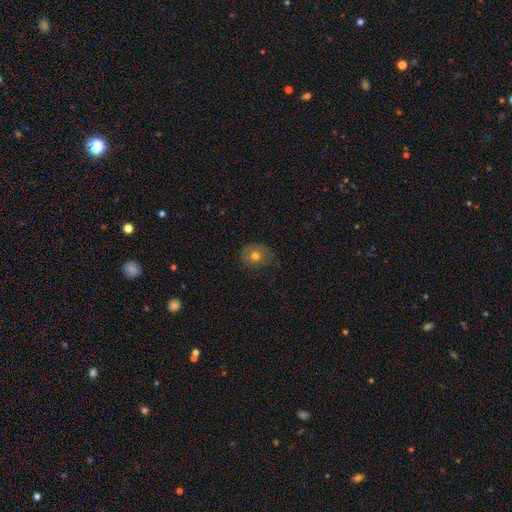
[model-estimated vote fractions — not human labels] This appears to be a smooth galaxy with no disk features (71%) that is round (70%). Merging: none (67%).